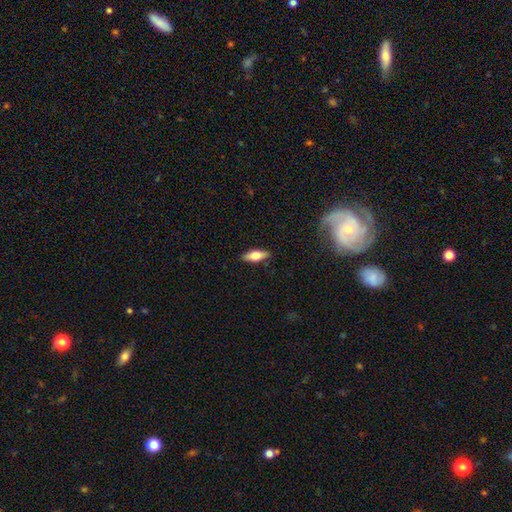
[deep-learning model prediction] smooth-or-featured: smooth: 66% | featured or disk: 28% | star or artifact: 6%
  how-rounded: in between: 67% | cigar-shaped: 30% | round: 3%
  merging: none: 88% | minor disturbance: 9% | major disturbance: 2% | merger: 1%